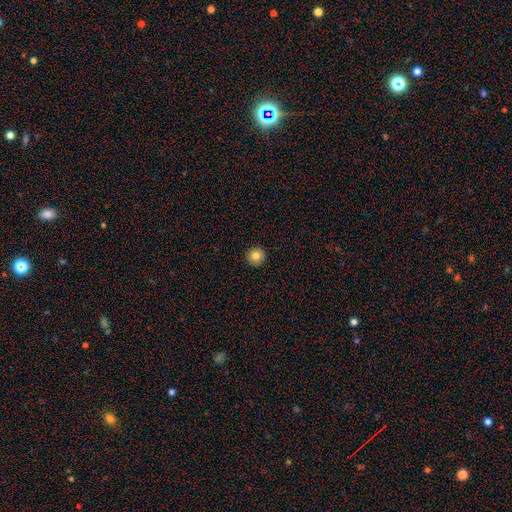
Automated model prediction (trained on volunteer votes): smooth-or-featured: smooth: 82% | star or artifact: 10% | featured or disk: 8%
  how-rounded: round: 95% | in between: 4% | cigar-shaped: 1%
  merging: none: 92% | minor disturbance: 5% | major disturbance: 1% | merger: 1%